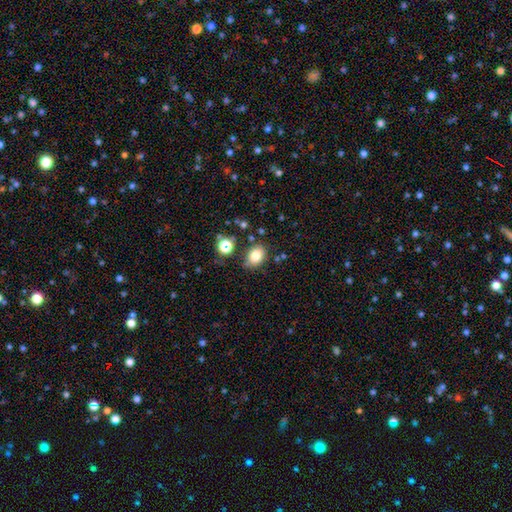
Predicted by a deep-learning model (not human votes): Smooth or featured: smooth — 80% (star or artifact — 12%)
How rounded: in between — 64% (round — 35%)
Merging: none — 76% (minor disturbance — 15%)